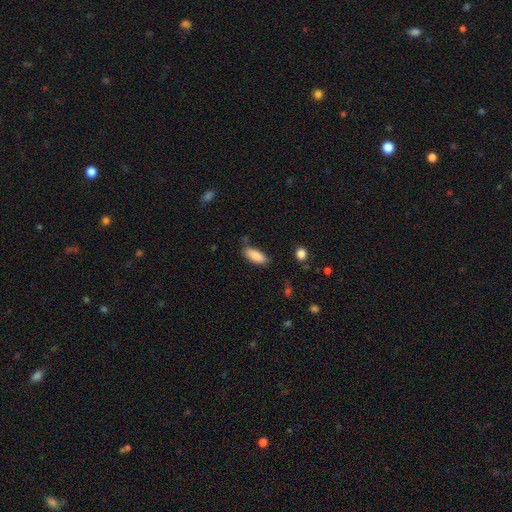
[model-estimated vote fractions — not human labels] smooth-or-featured: smooth: 87% | star or artifact: 7% | featured or disk: 7%
  how-rounded: in between: 78% | cigar-shaped: 20% | round: 2%
  merging: none: 76% | minor disturbance: 17% | major disturbance: 3% | merger: 3%